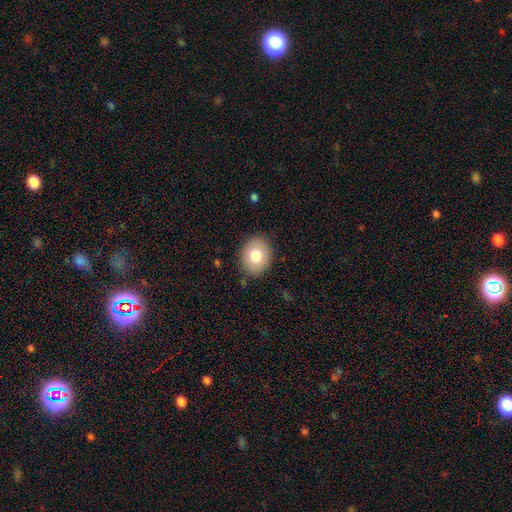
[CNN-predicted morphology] smooth-or-featured: smooth: 78% | featured or disk: 13% | star or artifact: 8%
  how-rounded: in between: 52% | round: 47% | cigar-shaped: 1%
  merging: none: 87% | minor disturbance: 9% | major disturbance: 3% | merger: 1%